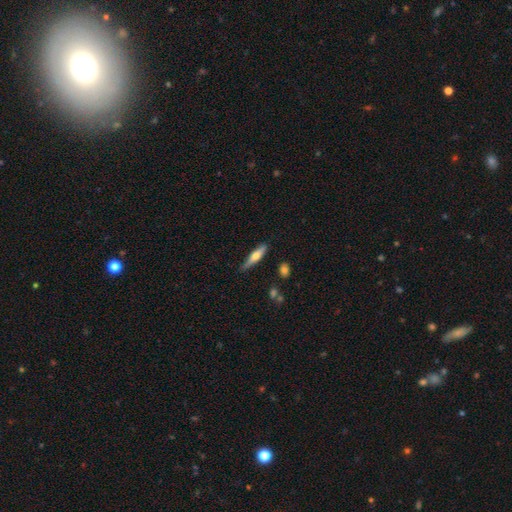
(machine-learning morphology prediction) Overall: smooth (52%; featured or disk 42%). How rounded: cigar-shaped (79%). Merging: none (76%).